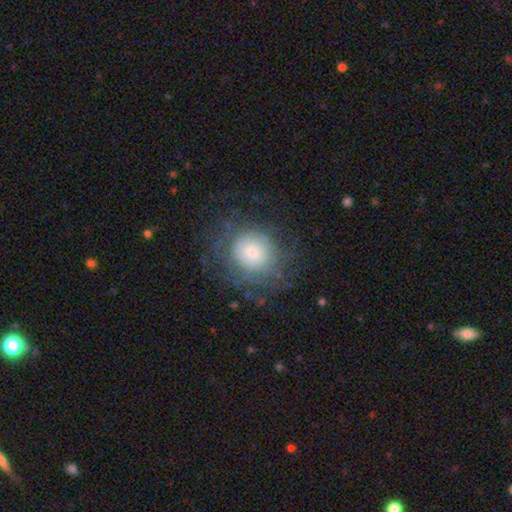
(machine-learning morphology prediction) smooth-or-featured: smooth: 48% | featured or disk: 42% | star or artifact: 11%
  merging: none: 68% | minor disturbance: 17% | major disturbance: 14% | merger: 1%